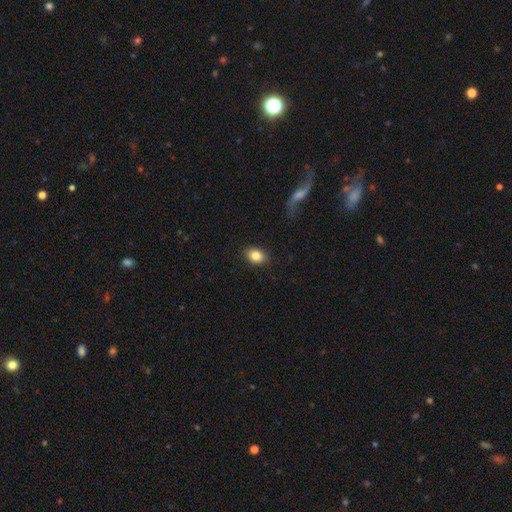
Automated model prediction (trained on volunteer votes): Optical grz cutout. It shows a smooth galaxy with no disk features (85%) that is in between round and cigar-shaped (77%). Merging: none (88%).